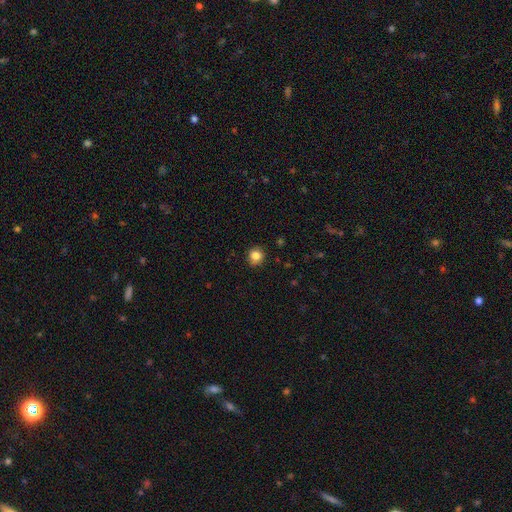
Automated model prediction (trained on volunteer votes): Smooth or featured?
  - smooth: 83% *
  - star or artifact: 11%
  - featured or disk: 6%
How rounded?
  - round: 88% *
  - in between: 11%
  - cigar-shaped: 1%
Merging?
  - none: 86% *
  - minor disturbance: 11%
  - major disturbance: 2%
  - merger: 1%